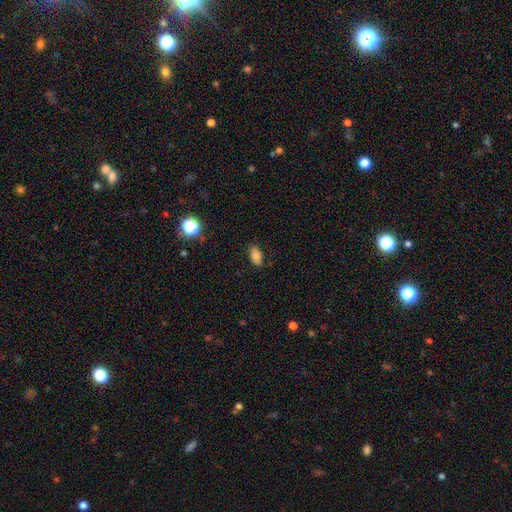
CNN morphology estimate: A smooth galaxy with no disk features (80%) that is in between round and cigar-shaped (90%). Merging: none (84%).